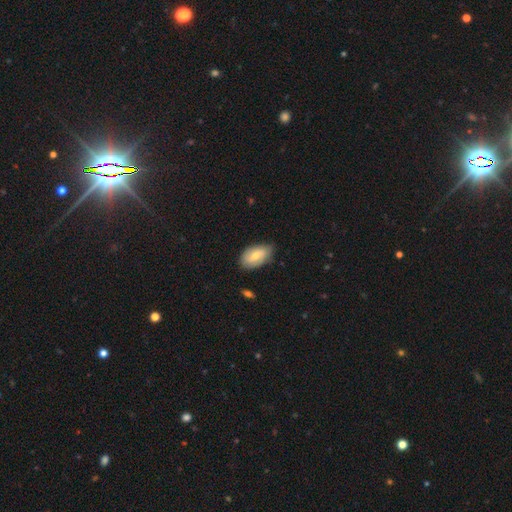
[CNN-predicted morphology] Smooth or featured?
  - smooth: 63% *
  - featured or disk: 31%
  - star or artifact: 6%
How rounded?
  - in between: 92% *
  - round: 5%
  - cigar-shaped: 2%
Merging?
  - none: 69% *
  - minor disturbance: 26%
  - major disturbance: 4%
  - merger: 2%